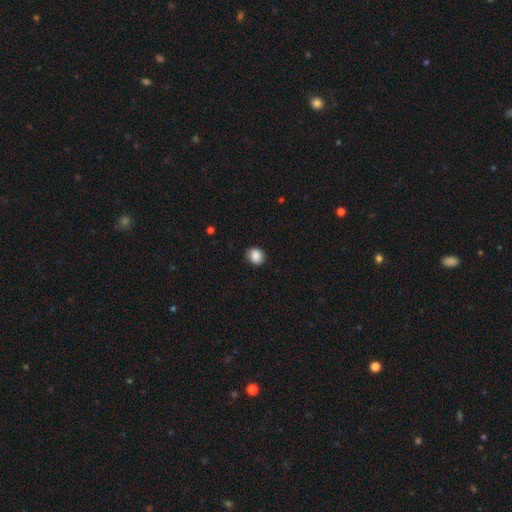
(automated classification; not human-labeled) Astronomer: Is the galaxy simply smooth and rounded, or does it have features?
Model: smooth — 88%.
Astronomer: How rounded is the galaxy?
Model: round — 66%.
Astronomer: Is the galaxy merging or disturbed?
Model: none — 85%.